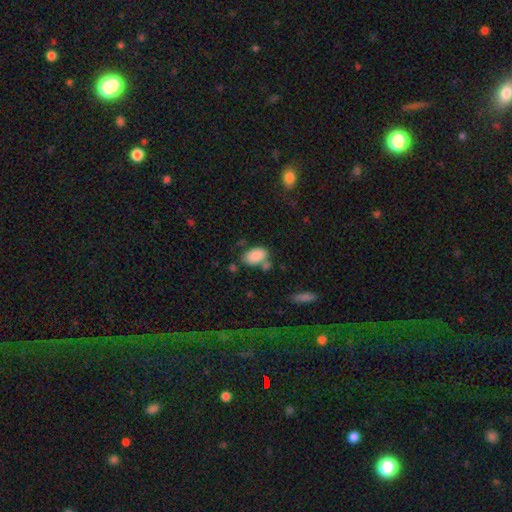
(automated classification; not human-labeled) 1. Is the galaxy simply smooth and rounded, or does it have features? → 87% smooth, 7% star or artifact, 6% featured or disk.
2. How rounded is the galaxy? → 92% in between, 6% round, 1% cigar-shaped.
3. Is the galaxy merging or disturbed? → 61% none, 17% merger, 17% minor disturbance, 5% major disturbance.